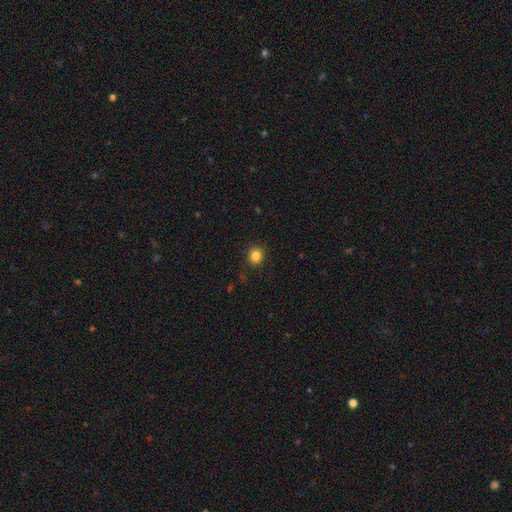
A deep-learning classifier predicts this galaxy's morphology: A smooth galaxy with no disk features (84%) that is round (80%).

Vote fractions:
- Smooth or featured? smooth: 84% / star or artifact: 12% / featured or disk: 4%
- How rounded? round: 80% / in between: 19% / cigar-shaped: 1%
- Merging? none: 90% / minor disturbance: 7% / major disturbance: 2% / merger: 1%